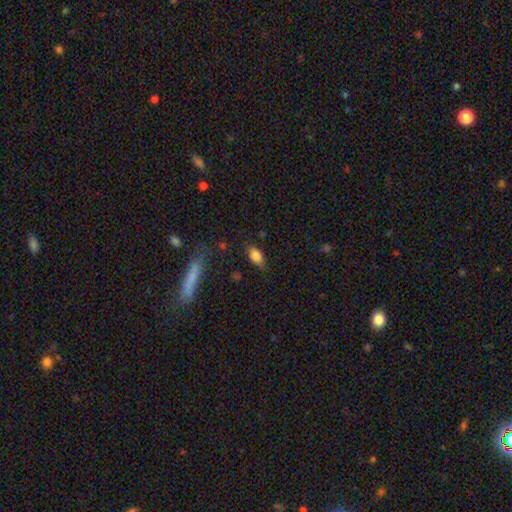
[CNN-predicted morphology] Smooth or featured? Predicted: smooth (p=0.83). How rounded? Predicted: in between (p=0.86). Merging? Predicted: none (p=0.73).